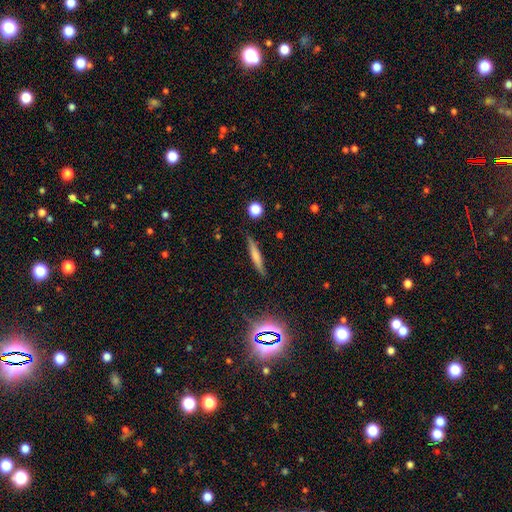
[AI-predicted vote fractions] A smooth galaxy with no disk features (61%) that is cigar-shaped (91%). Merging: none (84%).